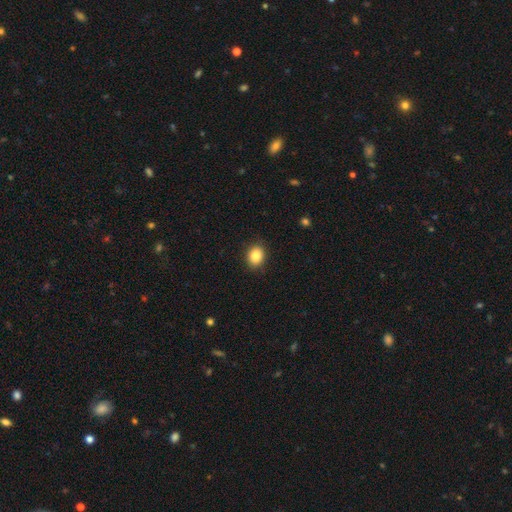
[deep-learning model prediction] Smooth or featured? smooth (86%)
How rounded? in between (50%)
Merging? none (88%)